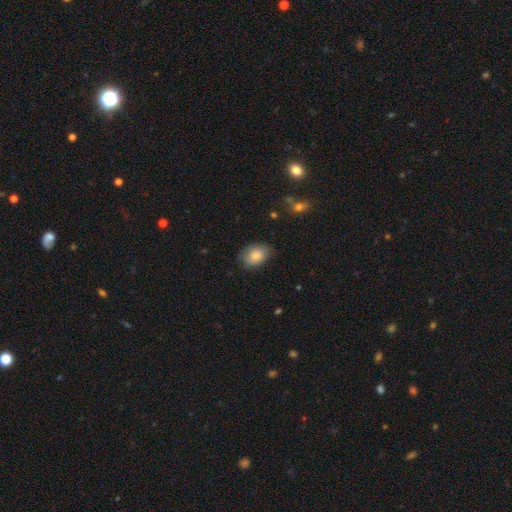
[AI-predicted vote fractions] This appears to be a smooth galaxy with no disk features (83%) that is in between round and cigar-shaped (79%). Merging: none (76%).